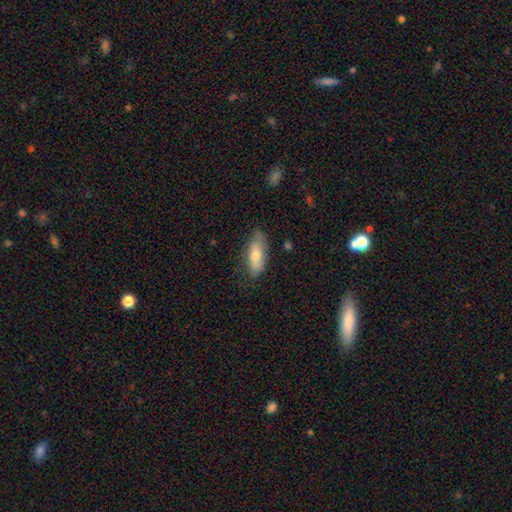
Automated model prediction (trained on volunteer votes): The model was most divided on "smooth or featured": smooth: 67%, featured or disk: 27%, star or artifact: 7%. More confident: how rounded — in between (74%); merging — none (71%).